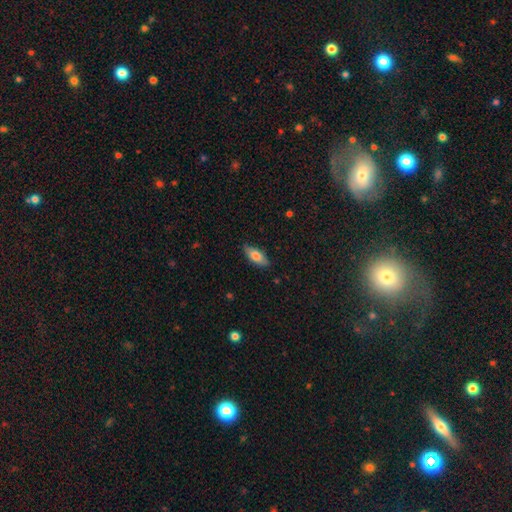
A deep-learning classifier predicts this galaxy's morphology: Overall: smooth (76%). How rounded: in between (80%). Merging: none (82%).